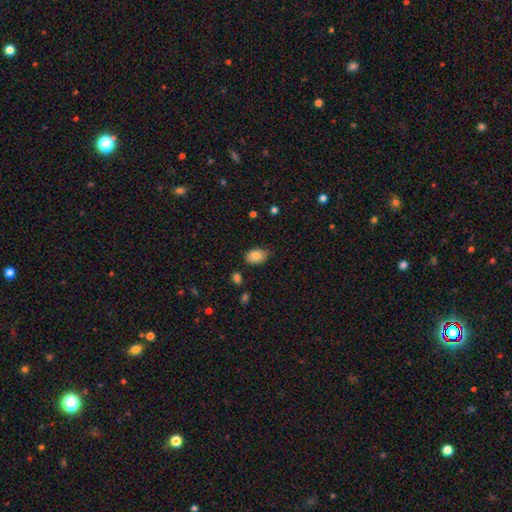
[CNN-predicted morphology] smooth-or-featured: smooth: 83% | featured or disk: 8% | star or artifact: 8%
  how-rounded: in between: 86% | round: 13% | cigar-shaped: 1%
  merging: none: 73% | minor disturbance: 21% | major disturbance: 3% | merger: 2%